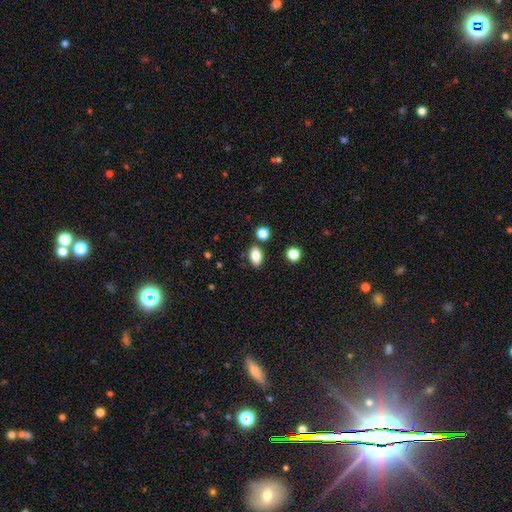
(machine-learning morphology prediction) Overall: smooth (84%). How rounded: in between (85%). Merging: none (80%).